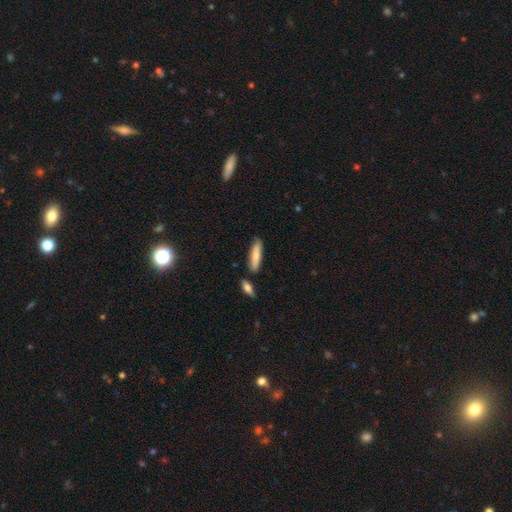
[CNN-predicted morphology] type=smooth (76%); roundness=cigar-shaped (71%); merging=none (79%).